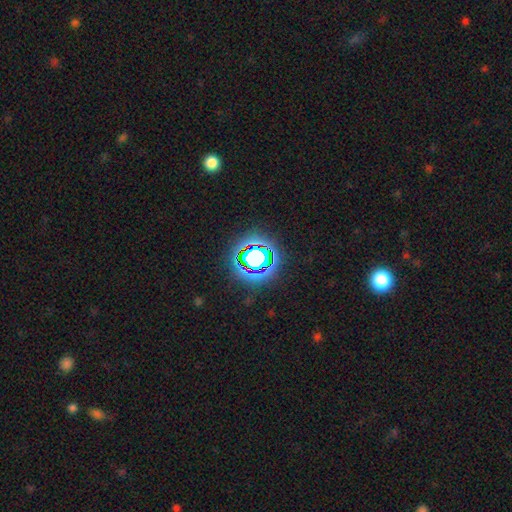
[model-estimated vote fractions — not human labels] Morphology: type=star or artifact (72%).